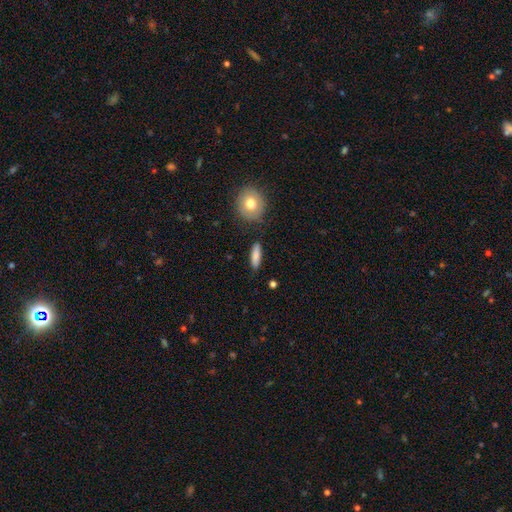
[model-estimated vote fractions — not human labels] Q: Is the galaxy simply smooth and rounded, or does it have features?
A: smooth — 82%.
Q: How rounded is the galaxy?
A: cigar-shaped — 53%.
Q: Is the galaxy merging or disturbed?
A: none — 83%.